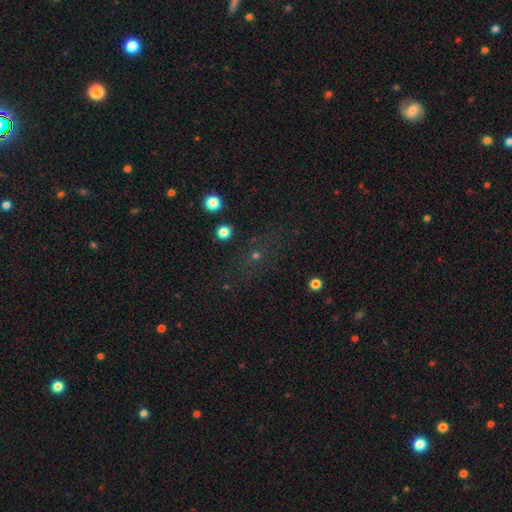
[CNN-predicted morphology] This appears to be a star or artifact, not a galaxy (46%).